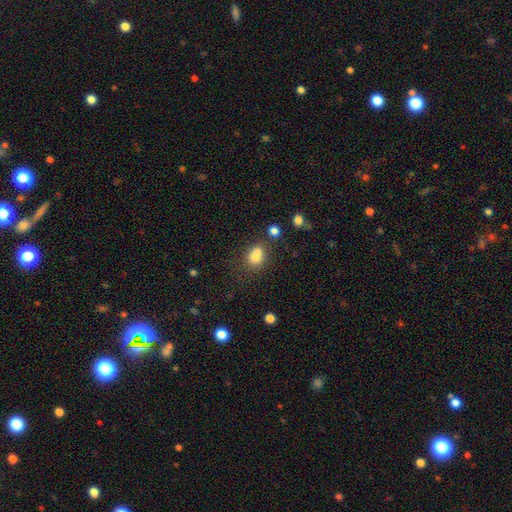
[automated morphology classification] Smooth or featured?
  - smooth: 73% *
  - featured or disk: 14%
  - star or artifact: 13%
How rounded?
  - round: 64% *
  - in between: 34%
  - cigar-shaped: 1%
Merging?
  - merger: 50% *
  - none: 35%
  - minor disturbance: 10%
  - major disturbance: 5%